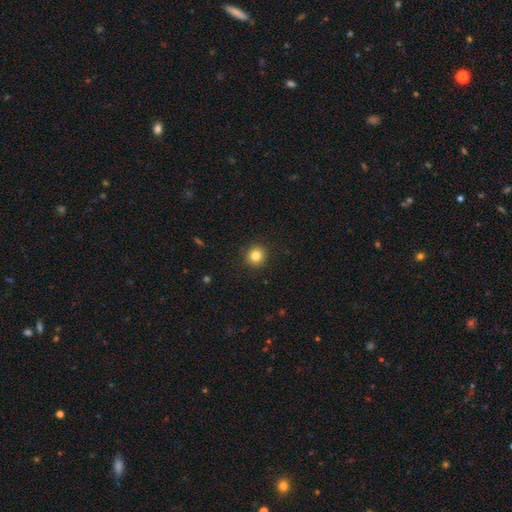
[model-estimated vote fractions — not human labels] This appears to be a smooth galaxy with no disk features (83%) that is round (92%). Merging: none (92%).